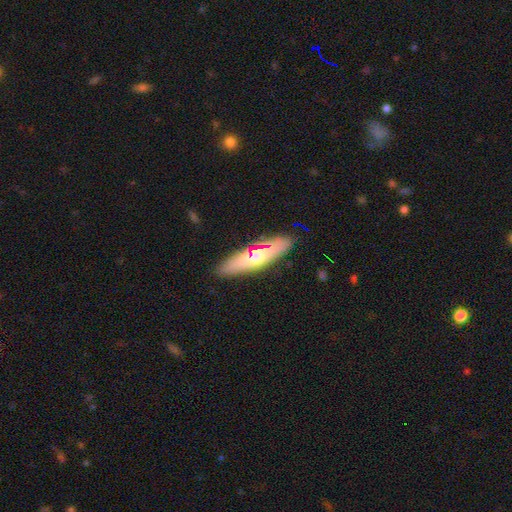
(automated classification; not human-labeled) Smooth or featured? Predicted: featured or disk (p=0.49). Merging? Predicted: none (p=0.86).